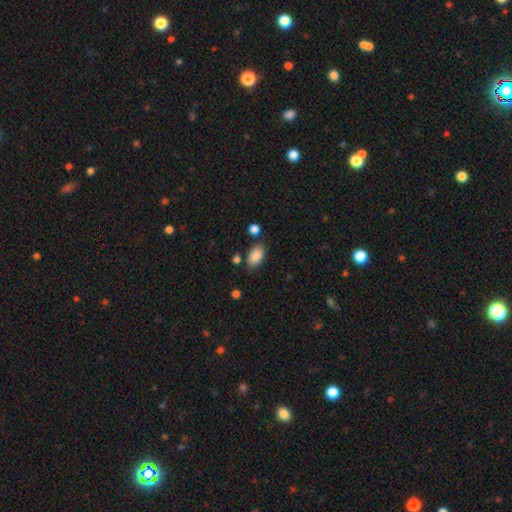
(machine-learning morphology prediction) A smooth galaxy with no disk features (88%) that is in between round and cigar-shaped (92%). Merging: none (76%).